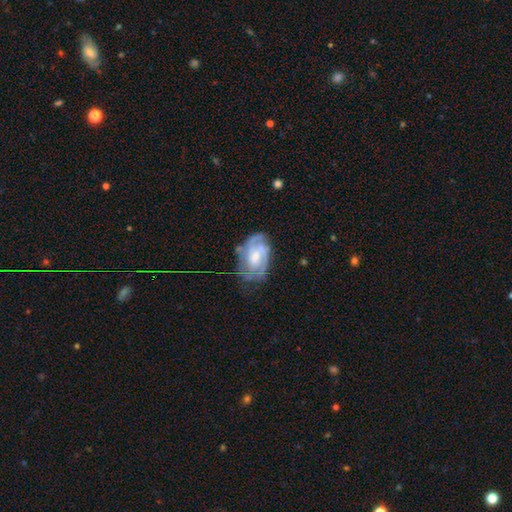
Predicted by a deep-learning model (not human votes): Smooth or featured: featured or disk — 79% (smooth — 15%)
Edge-on disk: no — 97% (yes — 3%)
Bar: no — 50% (weak — 42%)
Spiral arms: yes — 92% (no — 8%)
Spiral winding: tight — 52% (medium — 38%)
Spiral arm count: 2 — 33% (can't tell — 29%)
Bulge size: moderate — 50% (small — 40%)
Merging: none — 63% (minor disturbance — 25%)